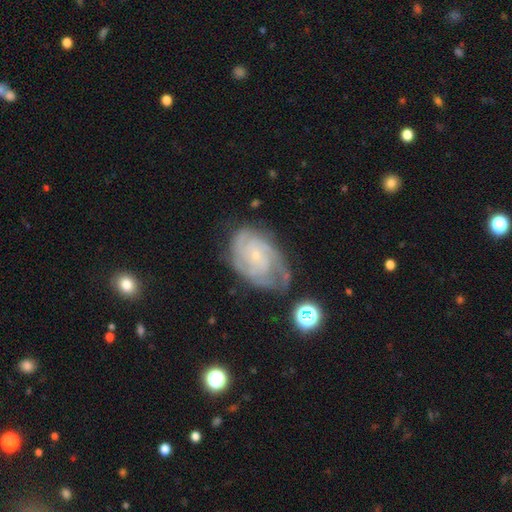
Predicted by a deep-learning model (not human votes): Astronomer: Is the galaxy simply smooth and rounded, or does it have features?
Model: featured or disk — 82%.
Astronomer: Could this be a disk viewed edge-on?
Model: no — 97%.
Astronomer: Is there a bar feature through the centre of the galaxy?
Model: no — 72%.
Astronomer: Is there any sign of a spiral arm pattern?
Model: yes — 95%.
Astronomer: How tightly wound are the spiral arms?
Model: tight — 64%.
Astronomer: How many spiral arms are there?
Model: can't tell — 34% (runner-up: 3, 23%).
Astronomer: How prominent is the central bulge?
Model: small — 82%.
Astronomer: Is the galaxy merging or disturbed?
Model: none — 59%.